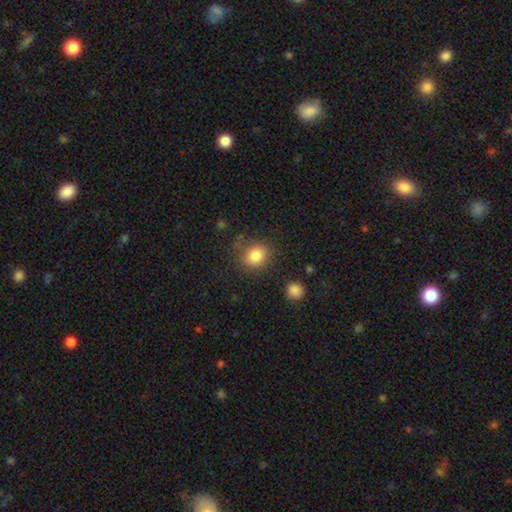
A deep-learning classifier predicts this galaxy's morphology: smooth-or-featured: smooth: 84% | star or artifact: 10% | featured or disk: 6%
  how-rounded: round: 71% | in between: 28% | cigar-shaped: 1%
  merging: none: 77% | minor disturbance: 14% | major disturbance: 6% | merger: 3%